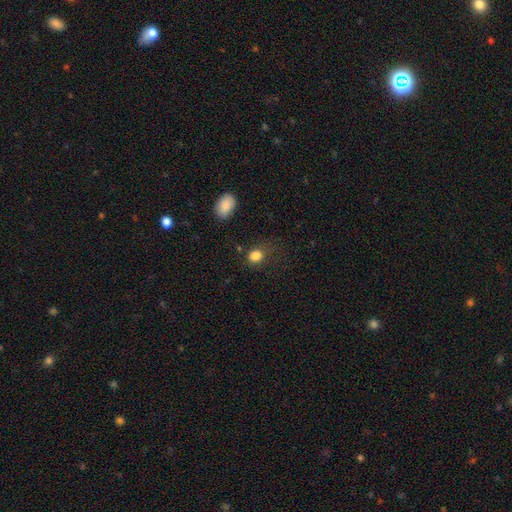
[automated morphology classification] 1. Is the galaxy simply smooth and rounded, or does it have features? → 84% smooth, 11% star or artifact, 5% featured or disk.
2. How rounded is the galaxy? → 56% round, 42% in between, 1% cigar-shaped.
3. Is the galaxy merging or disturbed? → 64% none, 20% minor disturbance, 12% major disturbance, 4% merger.